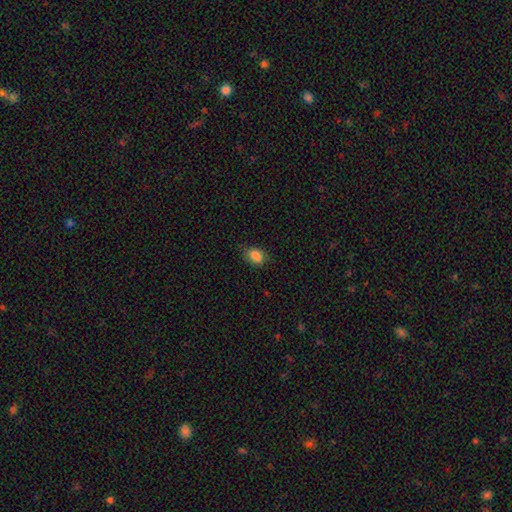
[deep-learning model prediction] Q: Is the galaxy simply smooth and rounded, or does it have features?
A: smooth — 87%.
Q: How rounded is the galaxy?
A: in between — 75%.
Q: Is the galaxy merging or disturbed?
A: none — 75%.